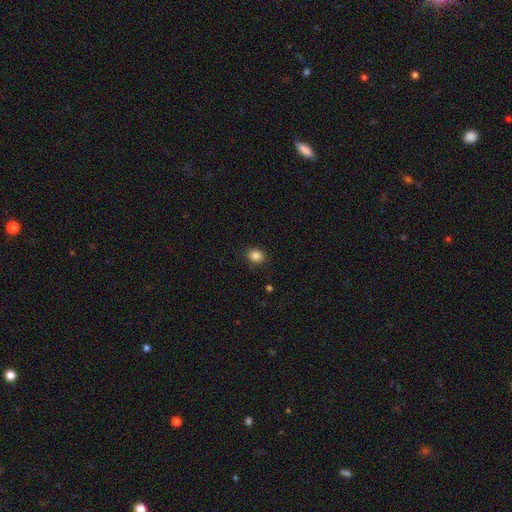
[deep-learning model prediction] Smooth or featured? smooth (85%)
How rounded? round (55%)
Merging? none (86%)